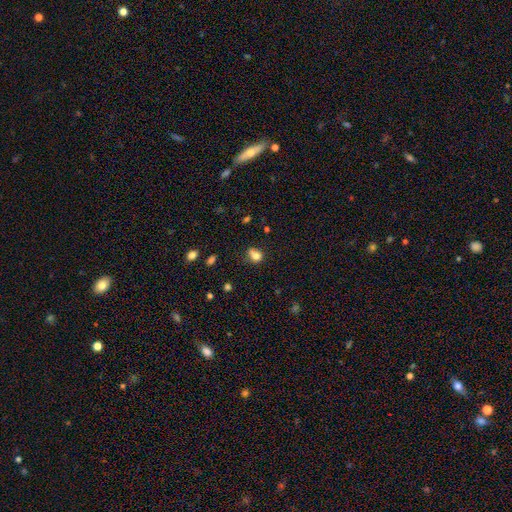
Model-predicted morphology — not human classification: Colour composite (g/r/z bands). It shows a smooth galaxy with no disk features (76%) that is round (59%). Merging: none (40%).